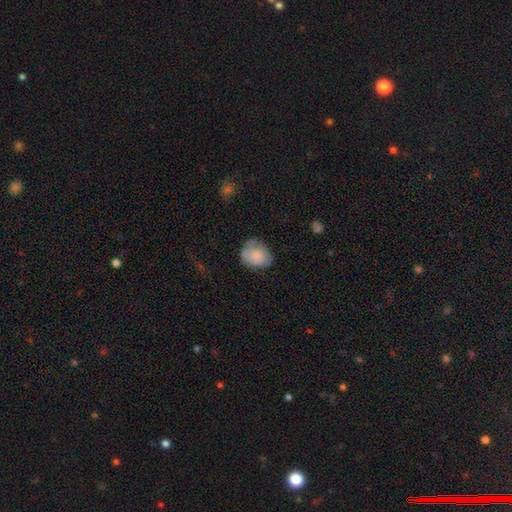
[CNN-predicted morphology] A smooth galaxy with no disk features (75%) that is round (56%).

Vote fractions:
- Smooth or featured? smooth: 75% / featured or disk: 18% / star or artifact: 7%
- How rounded? round: 56% / in between: 43% / cigar-shaped: 1%
- Merging? none: 57% / minor disturbance: 29% / major disturbance: 9% / merger: 4%